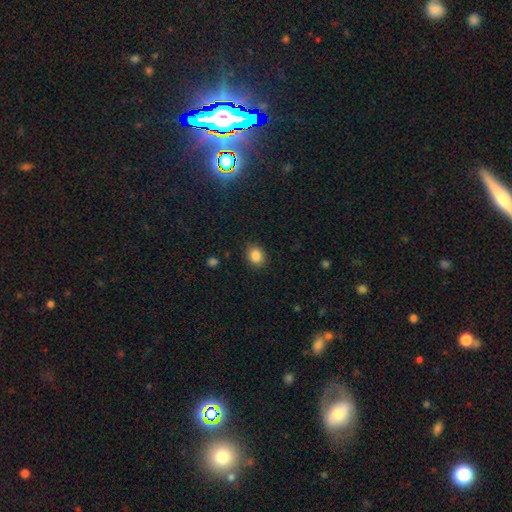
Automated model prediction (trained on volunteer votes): The model was most divided on "how rounded": round: 55%, in between: 44%, cigar-shaped: 1%. More confident: smooth or featured — smooth (86%); merging — none (85%).